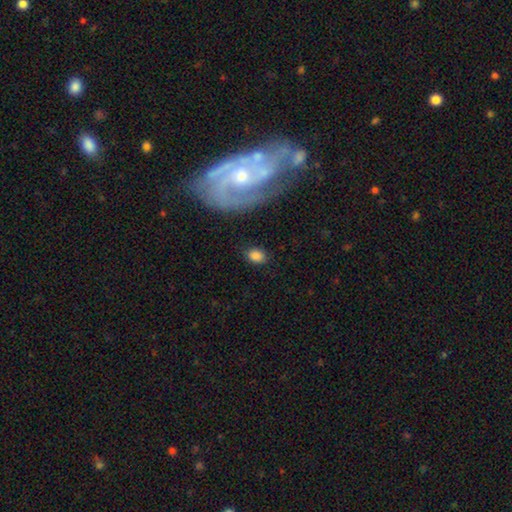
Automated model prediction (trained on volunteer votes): A smooth galaxy with no disk features (84%) that is in between round and cigar-shaped (73%). Merging: none (81%).